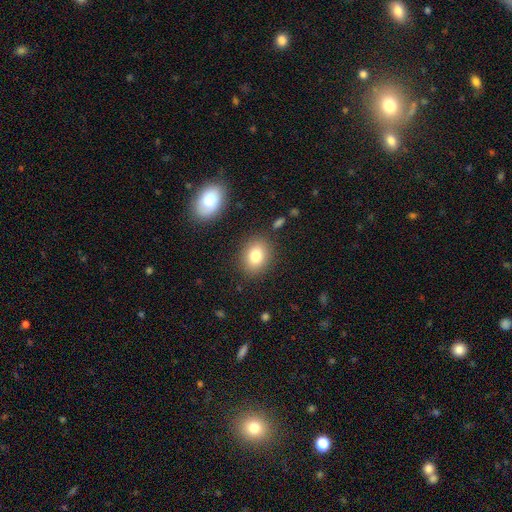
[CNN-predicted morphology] Q: Smooth or featured?
A: smooth (81%); runner-up: star or artifact (10%)
Q: How rounded?
A: in between (54%); runner-up: round (45%)
Q: Merging?
A: none (84%); runner-up: minor disturbance (10%)